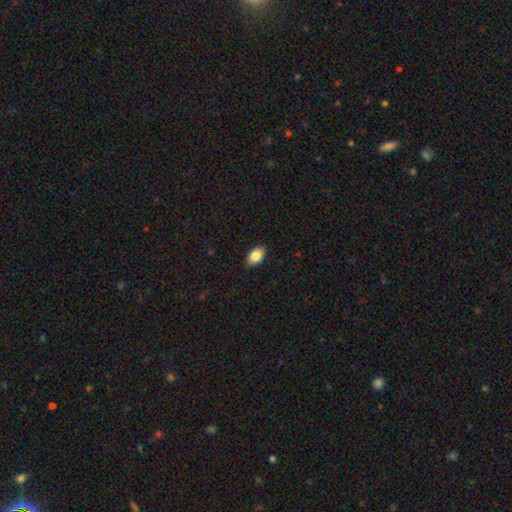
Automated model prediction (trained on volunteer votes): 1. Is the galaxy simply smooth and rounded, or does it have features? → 86% smooth, 7% star or artifact, 6% featured or disk.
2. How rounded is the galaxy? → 91% in between, 8% round, 1% cigar-shaped.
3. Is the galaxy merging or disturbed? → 89% none, 8% minor disturbance, 2% major disturbance, 1% merger.